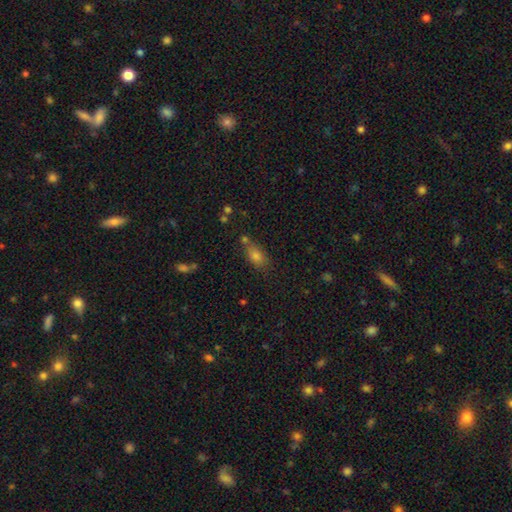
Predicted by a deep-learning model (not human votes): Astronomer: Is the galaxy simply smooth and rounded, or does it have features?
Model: smooth — 74%.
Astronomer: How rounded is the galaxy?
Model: in between — 78%.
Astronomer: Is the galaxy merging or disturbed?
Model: none — 64%.